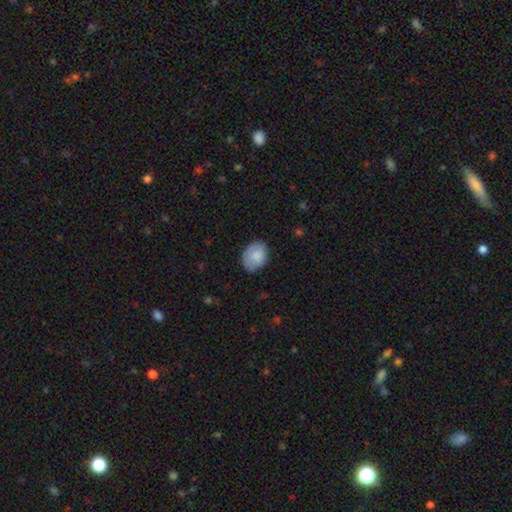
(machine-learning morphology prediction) smooth_or_featured: smooth (p=0.83) [alt: featured or disk p=0.10]
how_rounded: in between (p=0.58) [alt: round p=0.41]
merging: none (p=0.75) [alt: minor disturbance p=0.20]